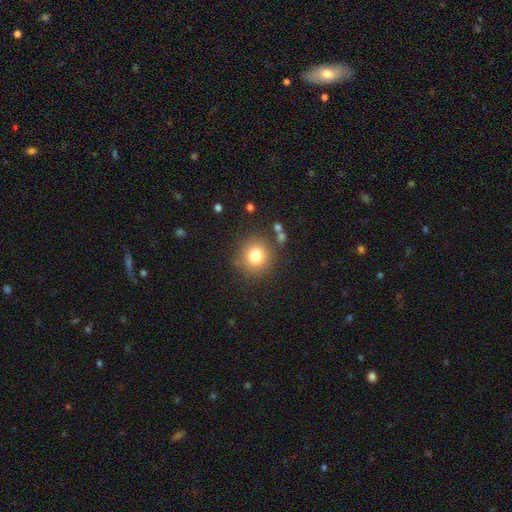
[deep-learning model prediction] This appears to be a smooth galaxy with no disk features (79%) that is round (91%). Merging: none (83%).